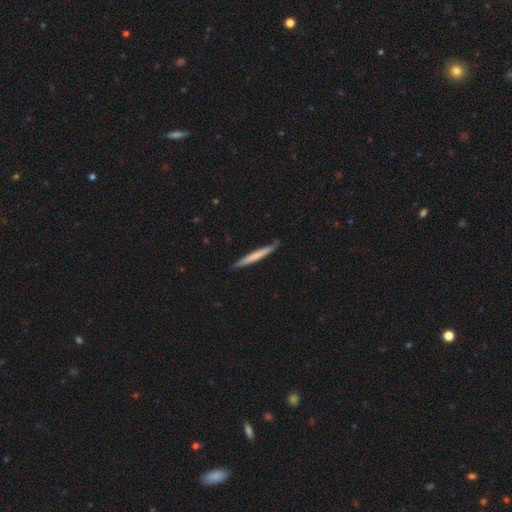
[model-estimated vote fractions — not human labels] The model was most divided on "smooth or featured": smooth: 62%, featured or disk: 33%, star or artifact: 5%. More confident: how rounded — cigar-shaped (97%); merging — none (82%).